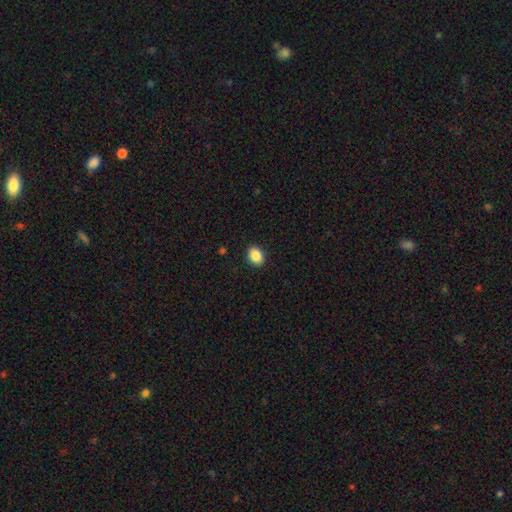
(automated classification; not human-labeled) Smooth or featured? smooth (87%)
How rounded? in between (63%)
Merging? none (91%)